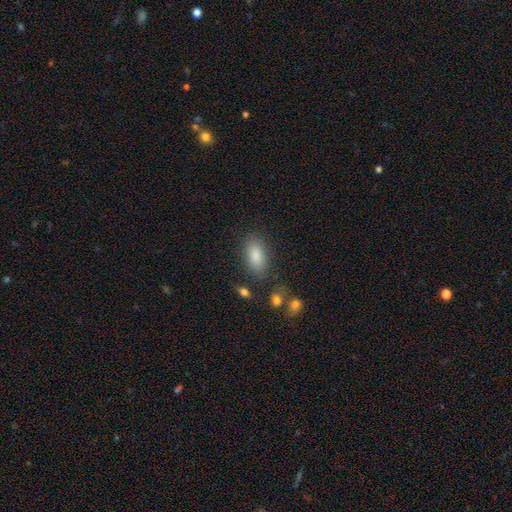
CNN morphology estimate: Smooth or featured? Predicted: smooth (p=0.85). How rounded? Predicted: in between (p=0.90). Merging? Predicted: none (p=0.80).